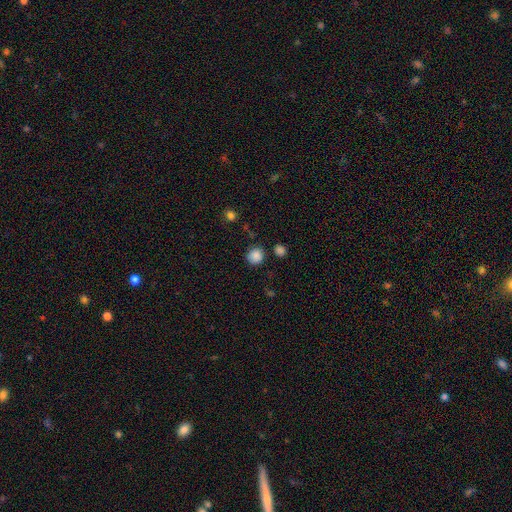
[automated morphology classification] type=smooth (86%); roundness=round (86%); merging=none (81%).